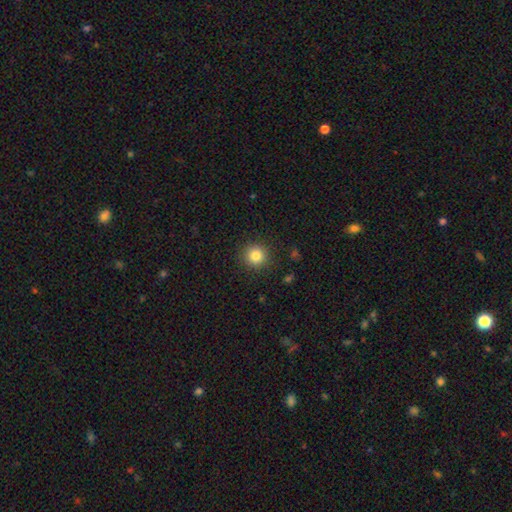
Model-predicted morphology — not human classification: Smooth or featured: smooth — 83% (star or artifact — 11%)
How rounded: round — 94% (in between — 5%)
Merging: none — 91% (minor disturbance — 6%)